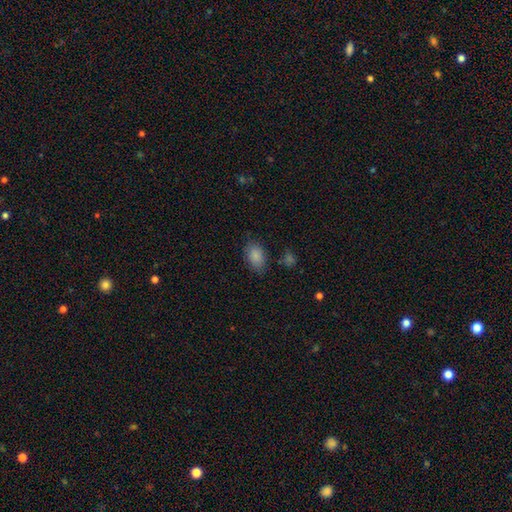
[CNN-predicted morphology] Smooth or featured? smooth (86%)
How rounded? in between (89%)
Merging? none (77%)